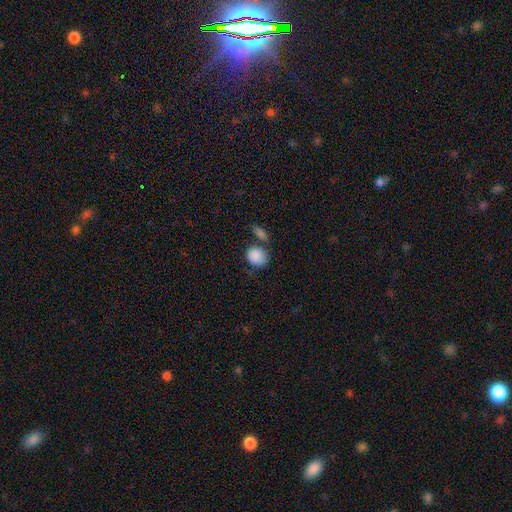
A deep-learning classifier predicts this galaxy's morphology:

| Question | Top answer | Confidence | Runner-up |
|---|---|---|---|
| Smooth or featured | smooth | 88% | star or artifact (7%) |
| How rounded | round | 59% | in between (40%) |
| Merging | none | 54% | merger (24%) |